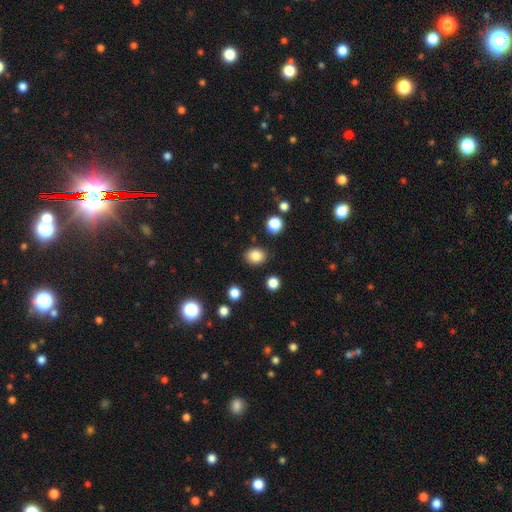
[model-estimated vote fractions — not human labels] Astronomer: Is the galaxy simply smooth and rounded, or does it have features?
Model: smooth — 84%.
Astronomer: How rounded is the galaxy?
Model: round — 54% (runner-up: in between, 45%).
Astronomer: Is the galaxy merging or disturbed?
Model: none — 86%.